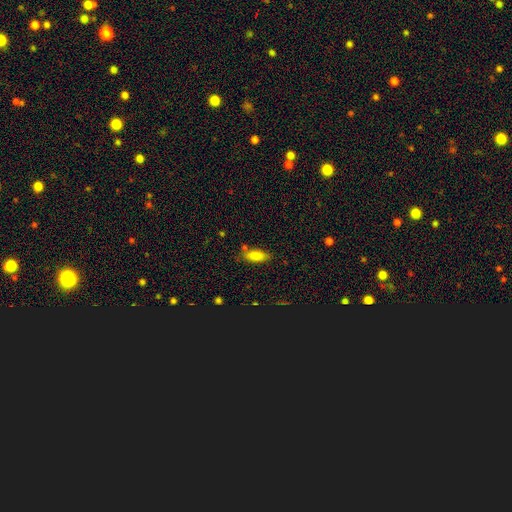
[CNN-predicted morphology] smooth 83%, star or artifact 9%, featured or disk 8%. Down the decision tree: how rounded — in between (79%); merging — none (72%).